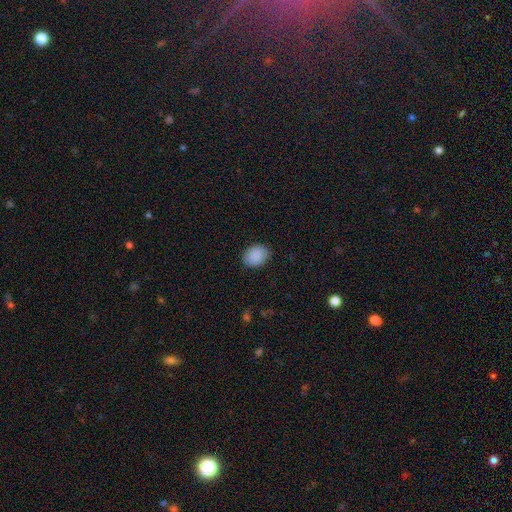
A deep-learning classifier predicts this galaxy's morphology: smooth-or-featured: smooth: 90% | star or artifact: 7% | featured or disk: 3%
  how-rounded: in between: 63% | round: 36% | cigar-shaped: 1%
  merging: none: 86% | minor disturbance: 10% | major disturbance: 2% | merger: 1%